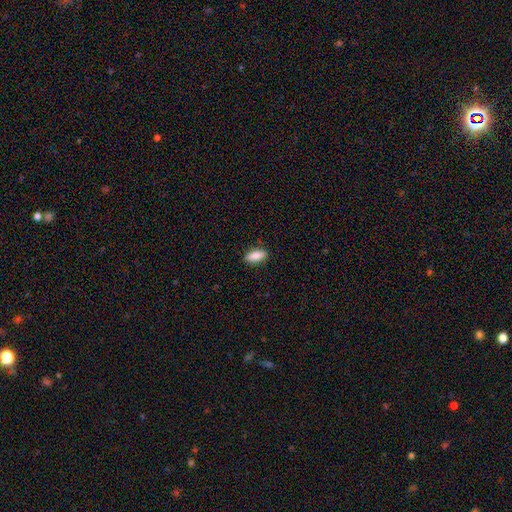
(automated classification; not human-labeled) Smooth or featured? Predicted: smooth (p=0.87). How rounded? Predicted: in between (p=0.83). Merging? Predicted: none (p=0.88).